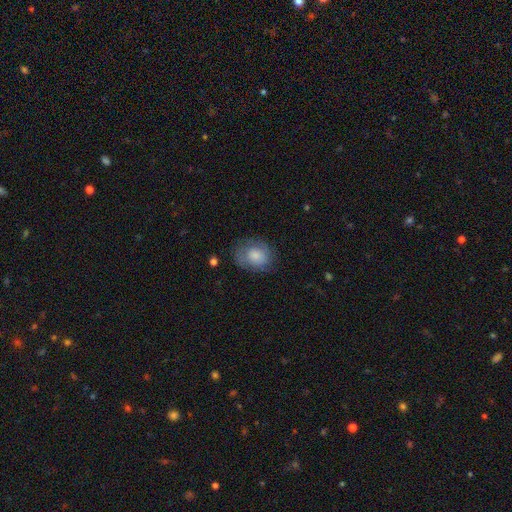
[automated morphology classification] Q: Smooth or featured?
A: smooth (70%); runner-up: featured or disk (23%)
Q: How rounded?
A: in between (51%); runner-up: round (48%)
Q: Merging?
A: none (66%); runner-up: minor disturbance (22%)